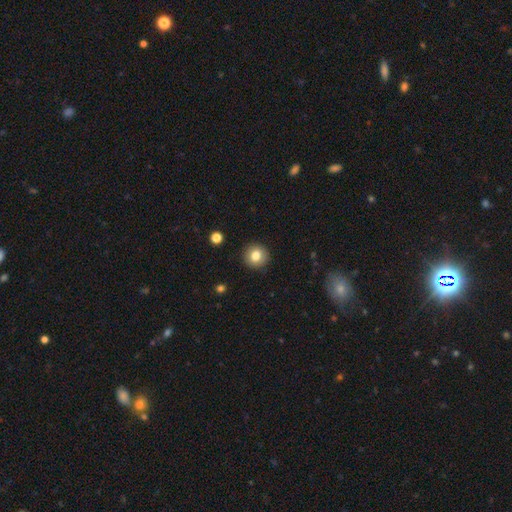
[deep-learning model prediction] smooth_or_featured: smooth (p=0.81) [alt: star or artifact p=0.10]
how_rounded: round (p=0.93) [alt: in between p=0.06]
merging: none (p=0.92) [alt: minor disturbance p=0.06]